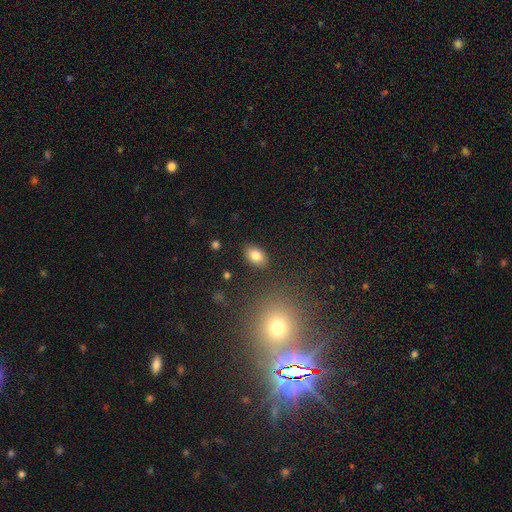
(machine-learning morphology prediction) The model was most divided on "smooth or featured": smooth: 83%, star or artifact: 9%, featured or disk: 8%. More confident: how rounded — in between (87%); merging — none (86%).